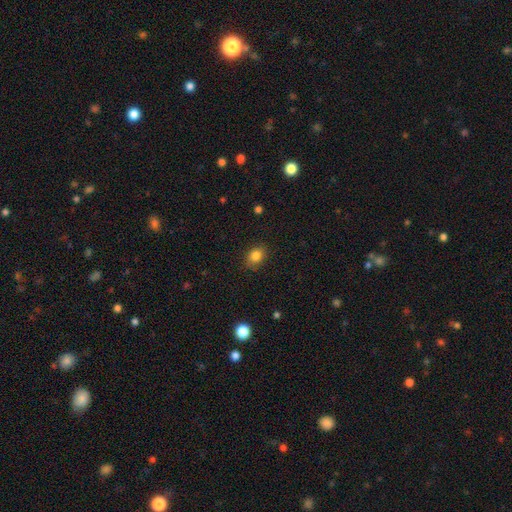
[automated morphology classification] A smooth galaxy with no disk features (83%) that is in between round and cigar-shaped (59%). Merging: none (81%).